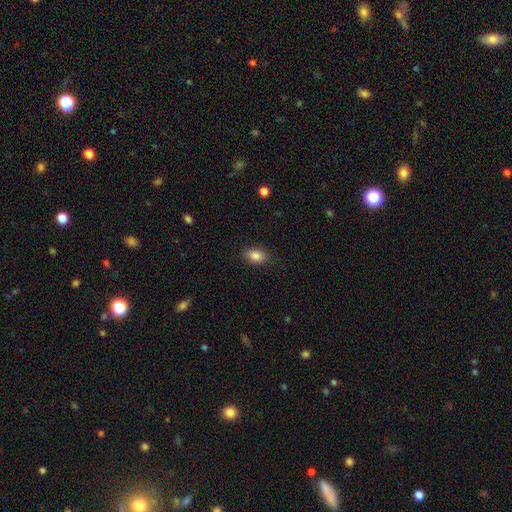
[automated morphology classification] A smooth galaxy with no disk features (85%) that is in between round and cigar-shaped (84%).

Vote fractions:
- Smooth or featured? smooth: 85% / star or artifact: 8% / featured or disk: 6%
- How rounded? in between: 84% / round: 14% / cigar-shaped: 2%
- Merging? none: 86% / minor disturbance: 11% / major disturbance: 3% / merger: 1%